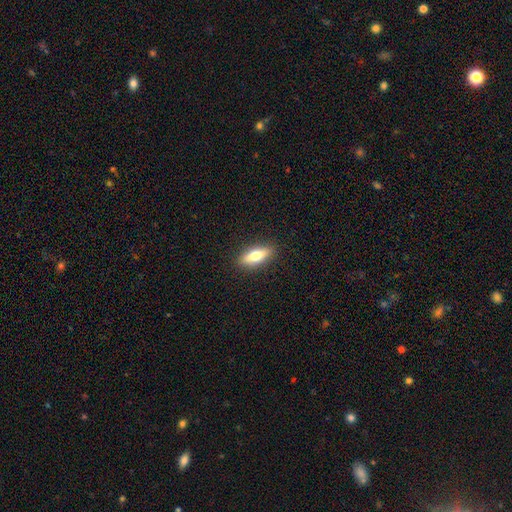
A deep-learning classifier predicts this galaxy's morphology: smooth-or-featured: smooth: 64% | featured or disk: 29% | star or artifact: 7%
  how-rounded: in between: 62% | cigar-shaped: 34% | round: 3%
  merging: none: 89% | minor disturbance: 8% | major disturbance: 2% | merger: 1%